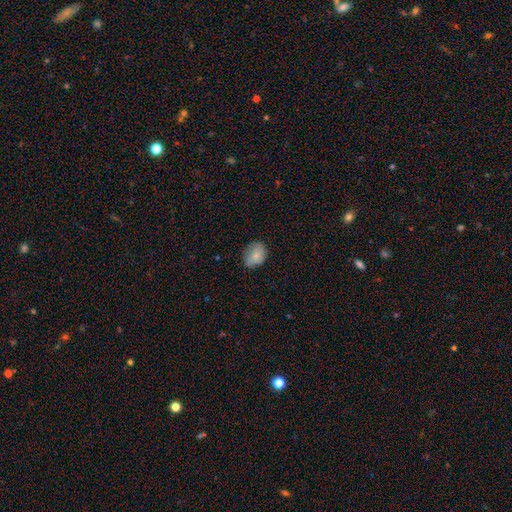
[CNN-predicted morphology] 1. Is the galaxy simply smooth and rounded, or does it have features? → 80% smooth, 12% featured or disk, 8% star or artifact.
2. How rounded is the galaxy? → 59% in between, 40% round, 1% cigar-shaped.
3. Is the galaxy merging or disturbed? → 63% none, 29% minor disturbance, 6% major disturbance, 1% merger.